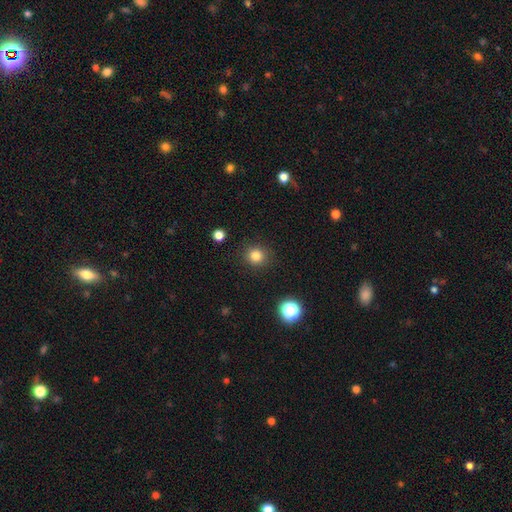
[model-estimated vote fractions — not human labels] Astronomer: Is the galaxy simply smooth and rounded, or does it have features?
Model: smooth — 83%.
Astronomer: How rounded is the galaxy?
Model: round — 90%.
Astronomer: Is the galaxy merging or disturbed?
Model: none — 89%.